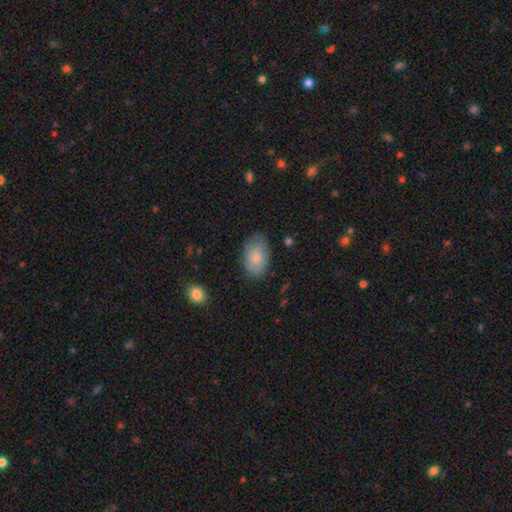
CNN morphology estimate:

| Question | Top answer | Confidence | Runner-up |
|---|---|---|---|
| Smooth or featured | smooth | 78% | featured or disk (15%) |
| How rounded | in between | 90% | round (9%) |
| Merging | none | 80% | minor disturbance (16%) |